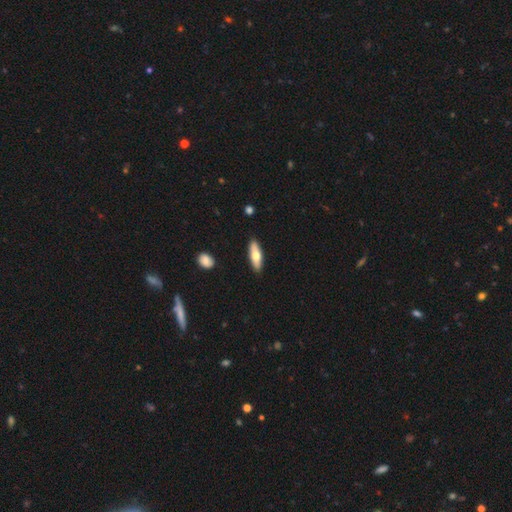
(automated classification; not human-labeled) smooth-or-featured: smooth: 59% | featured or disk: 36% | star or artifact: 5%
  how-rounded: cigar-shaped: 51% | in between: 47% | round: 2%
  merging: none: 89% | minor disturbance: 8% | major disturbance: 2% | merger: 1%